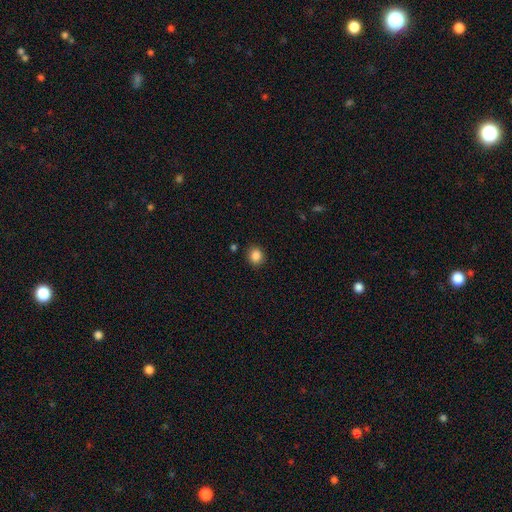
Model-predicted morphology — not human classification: Smooth or featured? Predicted: smooth (p=0.86). How rounded? Predicted: round (p=0.77). Merging? Predicted: none (p=0.88).